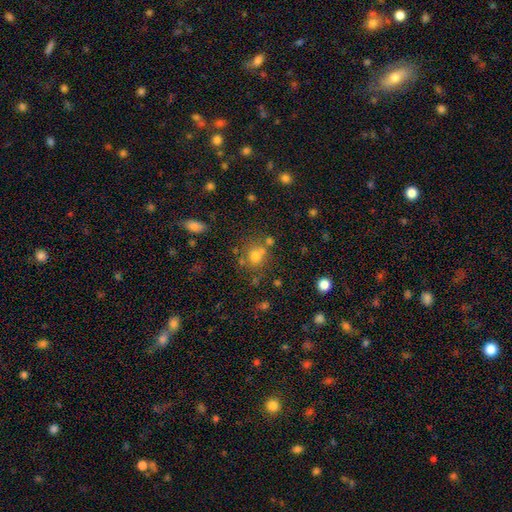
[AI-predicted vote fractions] Q: Smooth or featured?
A: smooth (68%); runner-up: star or artifact (18%)
Q: How rounded?
A: round (78%); runner-up: in between (21%)
Q: Merging?
A: none (58%); runner-up: merger (23%)